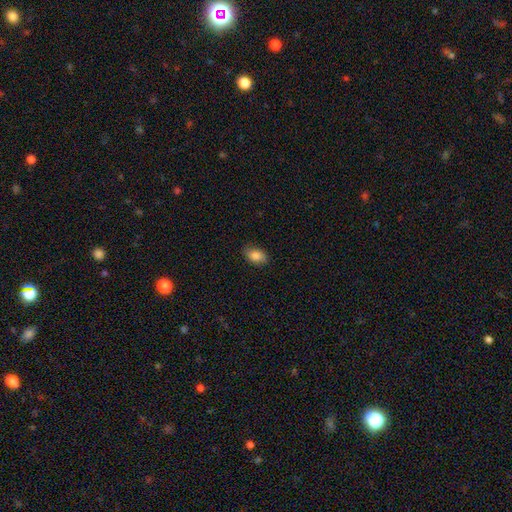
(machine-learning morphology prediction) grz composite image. It shows a smooth galaxy with no disk features (84%) that is in between round and cigar-shaped (87%). Merging: none (80%).